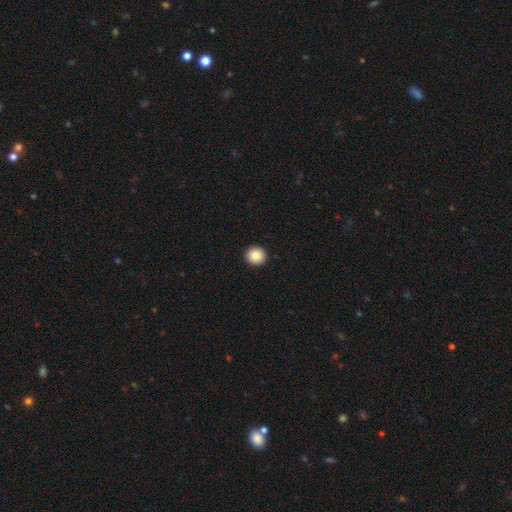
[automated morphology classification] Smooth or featured? Predicted: smooth (p=0.86). How rounded? Predicted: round (p=0.93). Merging? Predicted: none (p=0.94).